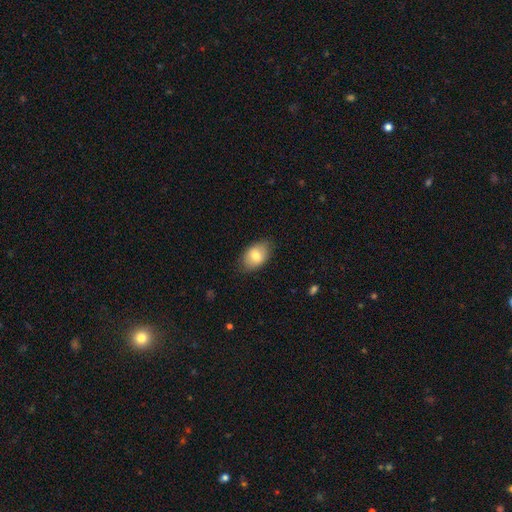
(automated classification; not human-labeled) Smooth or featured? smooth (77%)
How rounded? in between (85%)
Merging? none (81%)